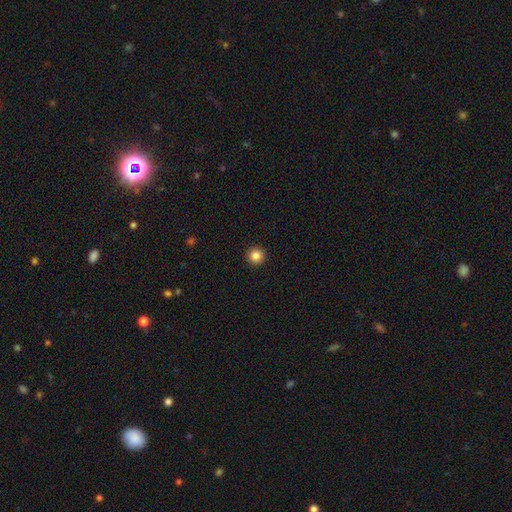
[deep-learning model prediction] This appears to be a smooth galaxy with no disk features (85%) that is round (96%). Merging: none (94%).